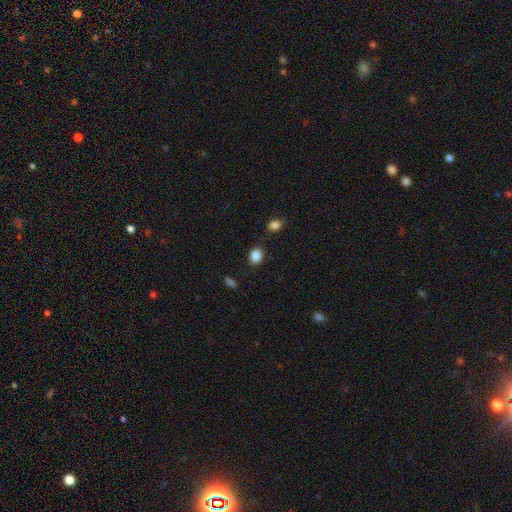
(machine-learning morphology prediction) smooth 86%, star or artifact 9%, featured or disk 4%. Down the decision tree: how rounded — in between (55%); merging — none (79%).